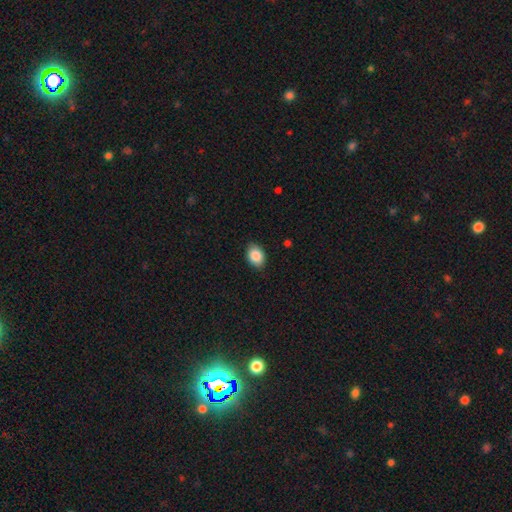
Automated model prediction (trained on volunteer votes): A smooth galaxy with no disk features (87%) that is in between round and cigar-shaped (77%). Merging: none (84%).